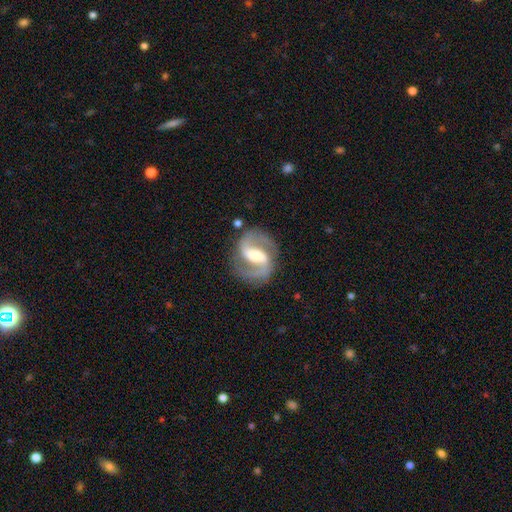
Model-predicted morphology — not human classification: This is clearly a featured or disk galaxy (90%). It is clearly not viewed edge-on (97%). Bar: possibly strong (52%). Spiral arm pattern: clearly yes (97%). Spiral arm count: clearly 2 (94%). Spiral winding: possibly medium (60%). Central bulge: possibly moderate (55%). Merging: clearly none (83%).